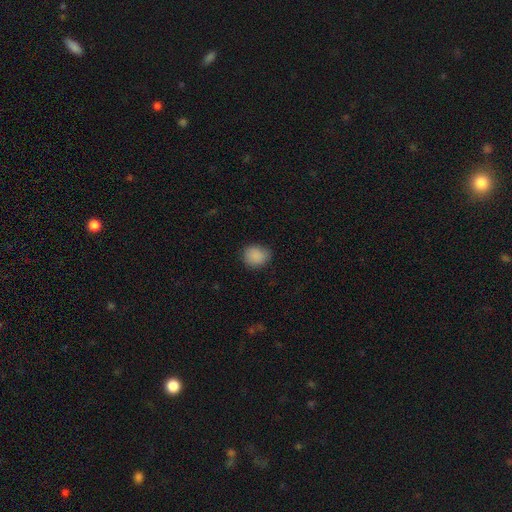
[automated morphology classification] A smooth galaxy with no disk features (88%) that is round (70%). Merging: none (79%).